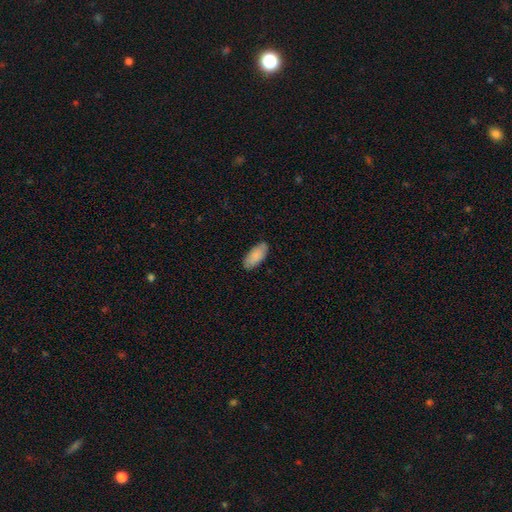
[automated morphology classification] A smooth galaxy with no disk features (87%) that is in between round and cigar-shaped (90%). Merging: none (84%).